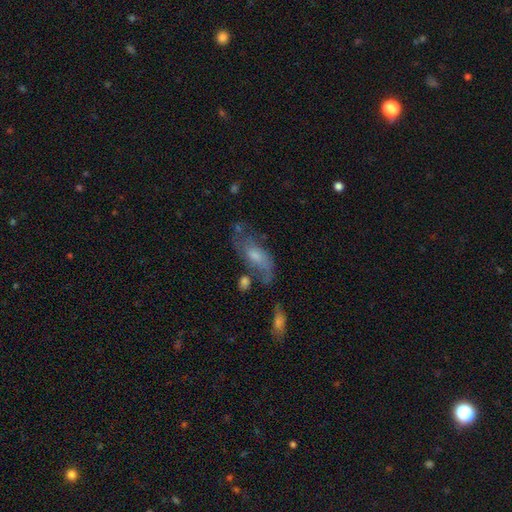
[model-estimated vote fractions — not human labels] A featured or disk galaxy (60%) with no bar (64%), spiral arms (75%) and a moderate central bulge (50%). Merging: none (51%).